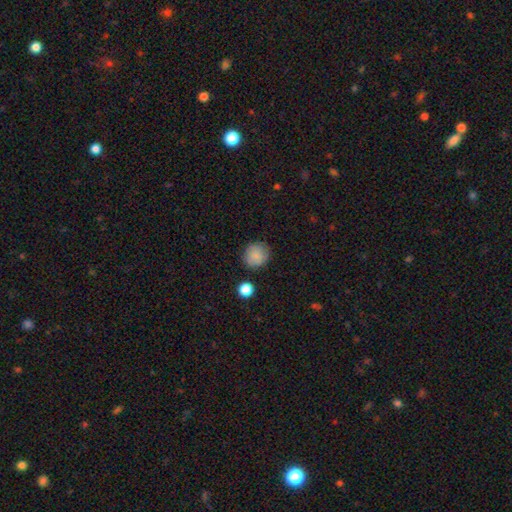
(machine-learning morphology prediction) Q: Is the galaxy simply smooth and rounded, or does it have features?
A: smooth — 85%.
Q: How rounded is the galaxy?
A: round — 90%.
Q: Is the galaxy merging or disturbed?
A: none — 85%.